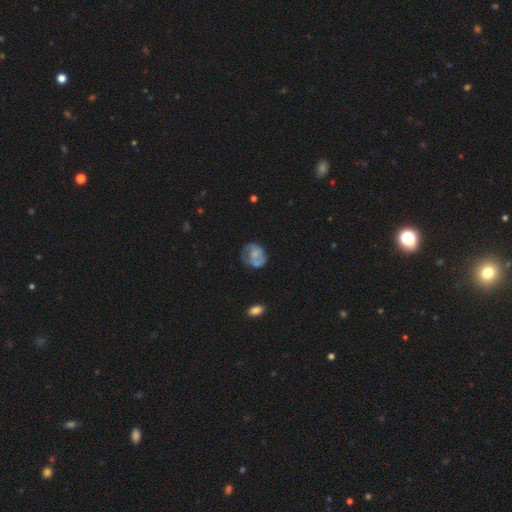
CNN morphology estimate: featured or disk 47%, smooth 45%, star or artifact 8%. Down the decision tree: merging — none (52%).